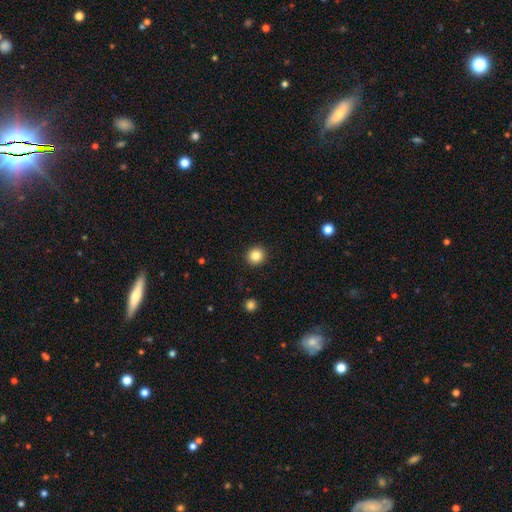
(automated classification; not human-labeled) Morphology: type=smooth (85%); roundness=round (90%); merging=none (93%).